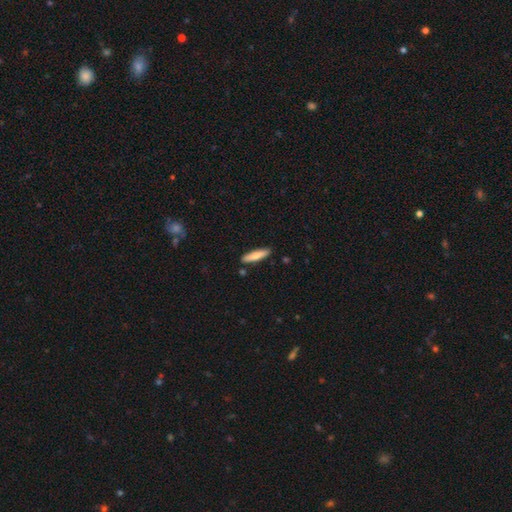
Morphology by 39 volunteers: smooth_or_featured: smooth (p=0.92) [alt: featured or disk p=0.08]
how_rounded: cigar-shaped (p=0.86) [alt: in between p=0.14]
merging: none (p=0.87) [alt: minor disturbance p=0.10]